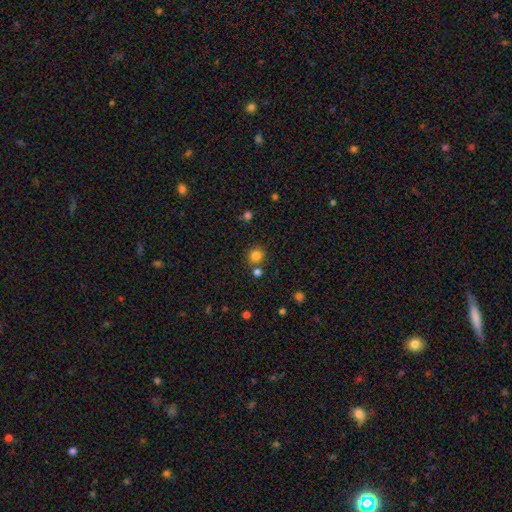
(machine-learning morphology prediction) A smooth galaxy with no disk features (82%) that is round (90%).

Vote fractions:
- Smooth or featured? smooth: 82% / star or artifact: 13% / featured or disk: 5%
- How rounded? round: 90% / in between: 9% / cigar-shaped: 1%
- Merging? none: 76% / merger: 12% / minor disturbance: 9% / major disturbance: 3%